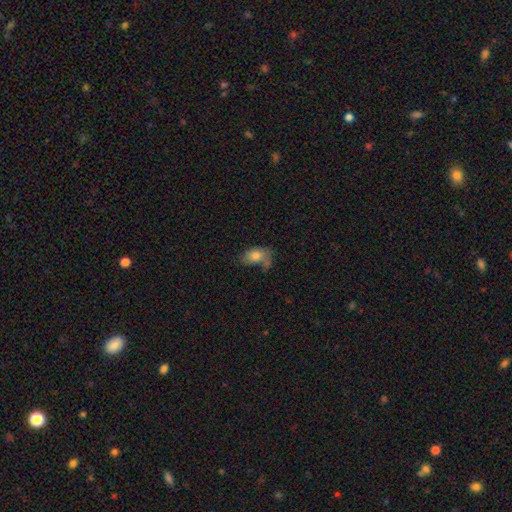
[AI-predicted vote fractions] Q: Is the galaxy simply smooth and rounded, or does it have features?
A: smooth — 74%.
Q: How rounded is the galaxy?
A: in between — 86%.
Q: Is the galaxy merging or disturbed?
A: none — 41%.